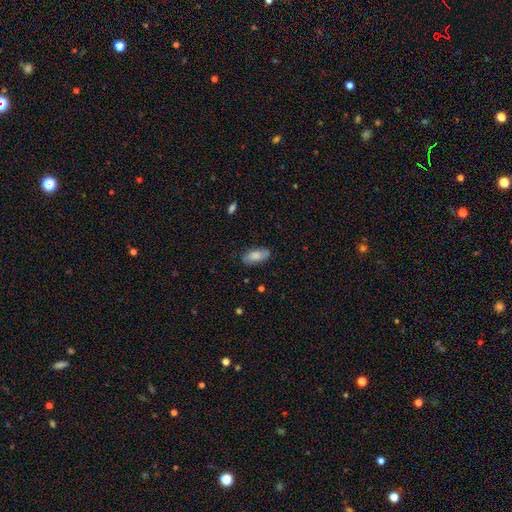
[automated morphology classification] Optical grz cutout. It shows a smooth galaxy with no disk features (79%) that is in between round and cigar-shaped (88%). Merging: none (81%).